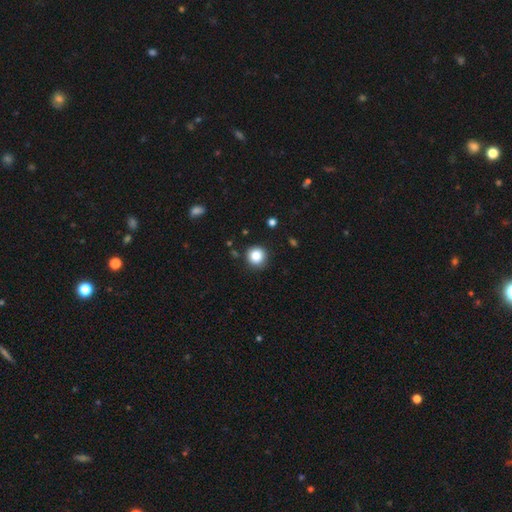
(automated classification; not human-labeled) Morphology: type=smooth (85%); roundness=round (94%); merging=none (88%).